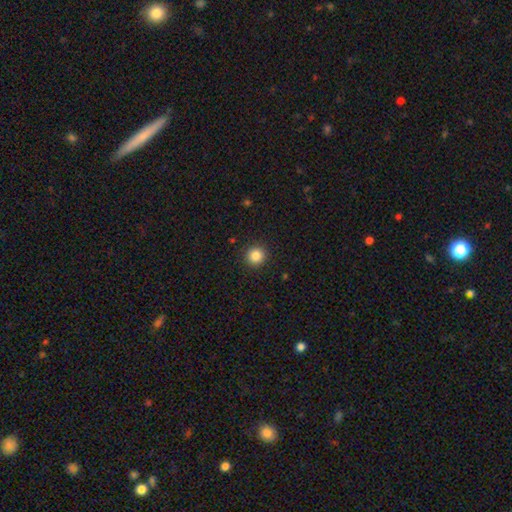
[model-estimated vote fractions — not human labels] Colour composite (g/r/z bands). It shows a smooth galaxy with no disk features (85%) that is round (94%). Merging: none (92%).